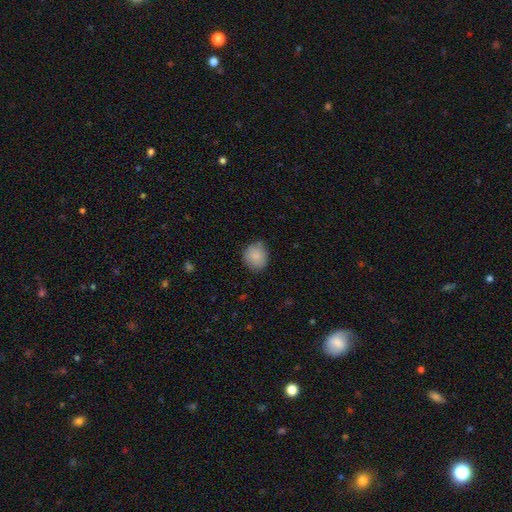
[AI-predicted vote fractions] This appears to be a smooth galaxy with no disk features (86%) that is round (80%). Merging: none (78%).